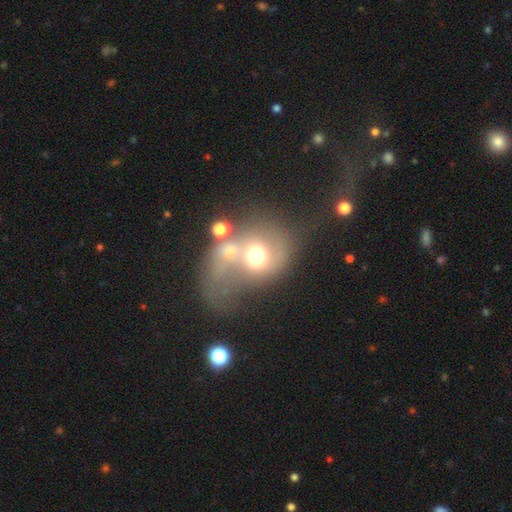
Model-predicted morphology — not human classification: This is possibly a smooth galaxy (50%). How rounded: possibly round (58%). Merging: marginally merger (42%).